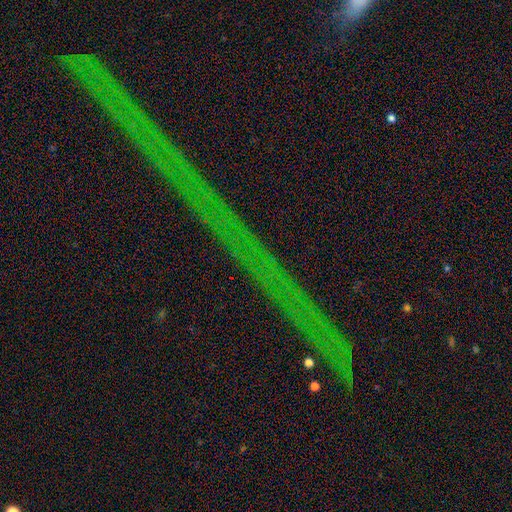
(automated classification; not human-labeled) Morphology: type=star or artifact (80%).